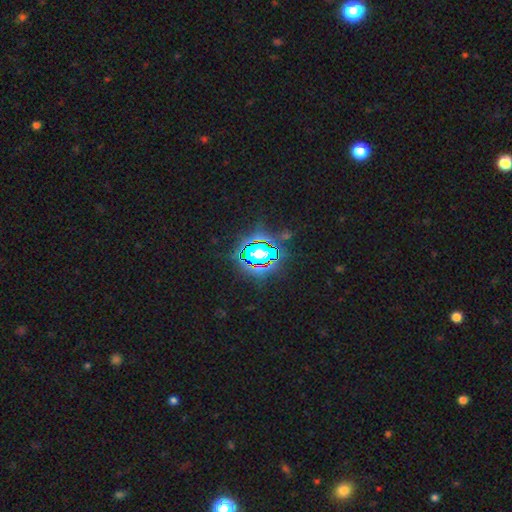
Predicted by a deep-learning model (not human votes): Smooth or featured: star or artifact — 74% (smooth — 14%)